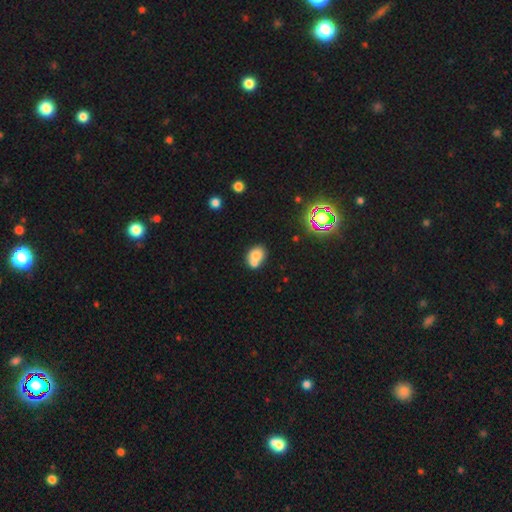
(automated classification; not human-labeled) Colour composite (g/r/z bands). It shows a smooth galaxy with no disk features (72%) that is in between round and cigar-shaped (50%). Merging: merger (48%).